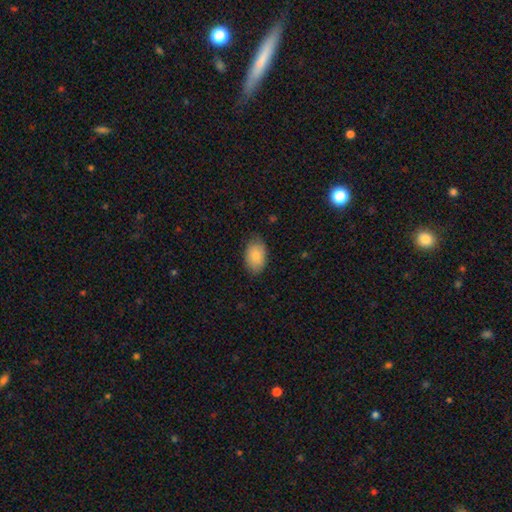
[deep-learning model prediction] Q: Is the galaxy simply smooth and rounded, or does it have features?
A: smooth — 84%.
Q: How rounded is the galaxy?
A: in between — 90%.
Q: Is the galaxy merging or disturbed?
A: none — 79%.